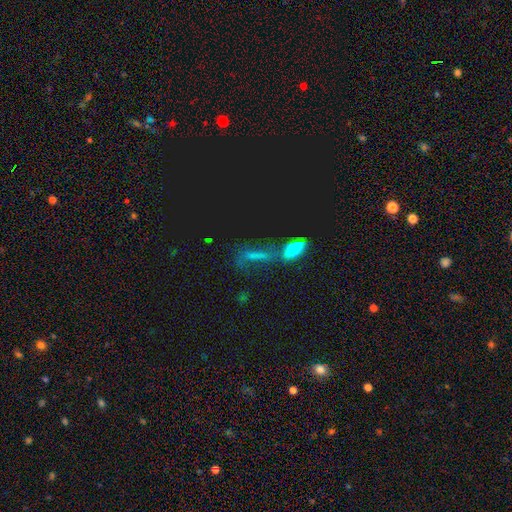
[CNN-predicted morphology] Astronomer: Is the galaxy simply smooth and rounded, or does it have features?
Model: smooth — 42% (runner-up: star or artifact, 34%).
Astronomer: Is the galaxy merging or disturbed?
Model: merger — 33% (runner-up: none, 32%).